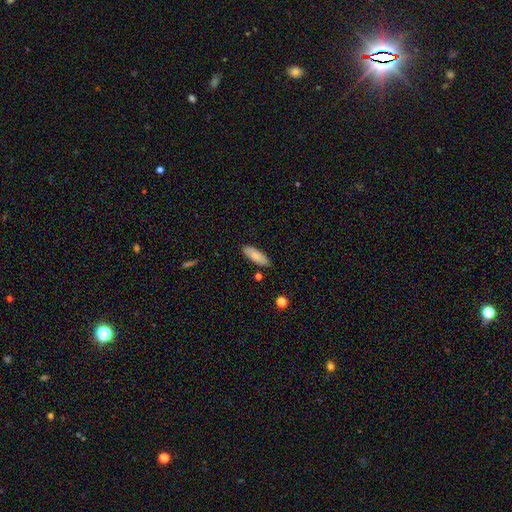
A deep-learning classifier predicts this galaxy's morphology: Smooth or featured?
  - smooth: 82% *
  - featured or disk: 11%
  - star or artifact: 6%
How rounded?
  - in between: 66% *
  - cigar-shaped: 33%
  - round: 2%
Merging?
  - none: 86% *
  - minor disturbance: 10%
  - merger: 2%
  - major disturbance: 2%